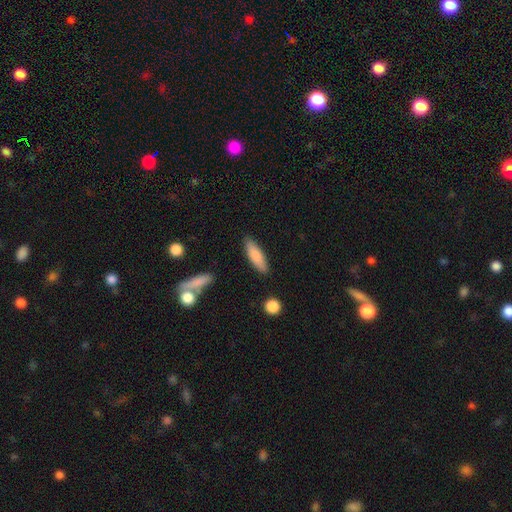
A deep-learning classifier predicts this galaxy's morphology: The model was most divided on "how rounded": cigar-shaped: 53%, in between: 45%, round: 2%. More confident: merging — none (86%); smooth or featured — smooth (82%).